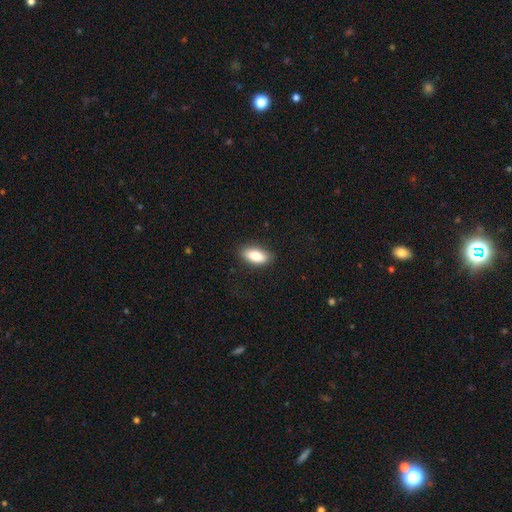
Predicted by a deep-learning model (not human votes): Q: Smooth or featured?
A: smooth (84%); runner-up: featured or disk (9%)
Q: How rounded?
A: in between (86%); runner-up: cigar-shaped (11%)
Q: Merging?
A: none (87%); runner-up: minor disturbance (10%)